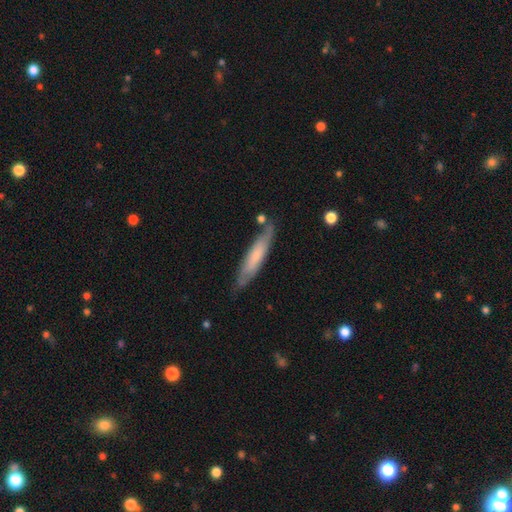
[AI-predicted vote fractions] A smooth galaxy with no disk features (57%) that is cigar-shaped (84%). Merging: none (73%).